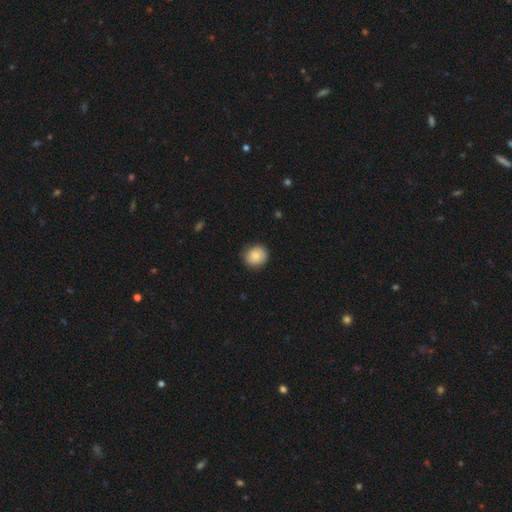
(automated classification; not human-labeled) Q: Smooth or featured?
A: smooth (81%); runner-up: featured or disk (12%)
Q: How rounded?
A: round (81%); runner-up: in between (18%)
Q: Merging?
A: none (83%); runner-up: minor disturbance (14%)